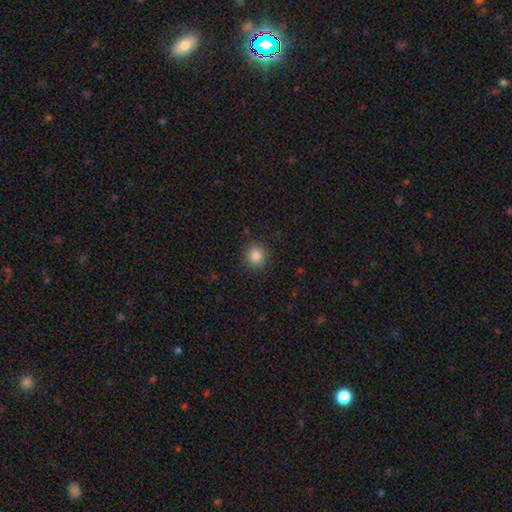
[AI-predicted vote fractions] The model was most divided on "smooth or featured": smooth: 85%, star or artifact: 10%, featured or disk: 4%. More confident: merging — none (90%); how rounded — round (89%).